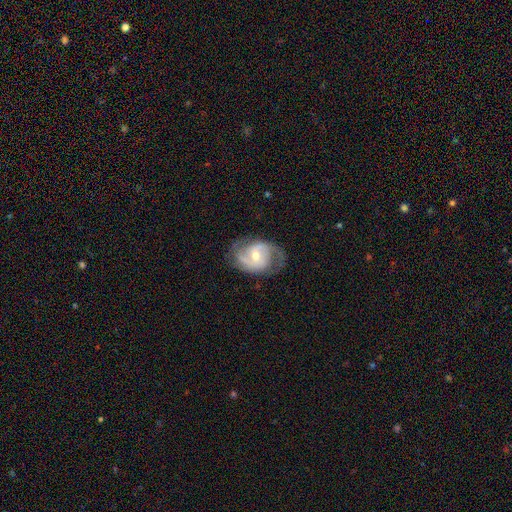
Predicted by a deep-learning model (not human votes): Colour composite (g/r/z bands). It shows a featured or disk galaxy (83%) with a weak bar (46%), 2 (79%) medium (50%) spiral arms (94%) and a moderate central bulge (53%). Merging: none (68%).